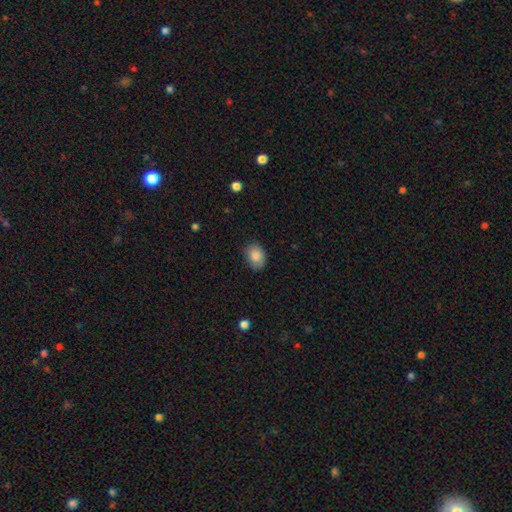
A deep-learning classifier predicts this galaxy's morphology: Q: Smooth or featured?
A: smooth (87%); runner-up: star or artifact (8%)
Q: How rounded?
A: in between (66%); runner-up: round (33%)
Q: Merging?
A: none (82%); runner-up: minor disturbance (14%)